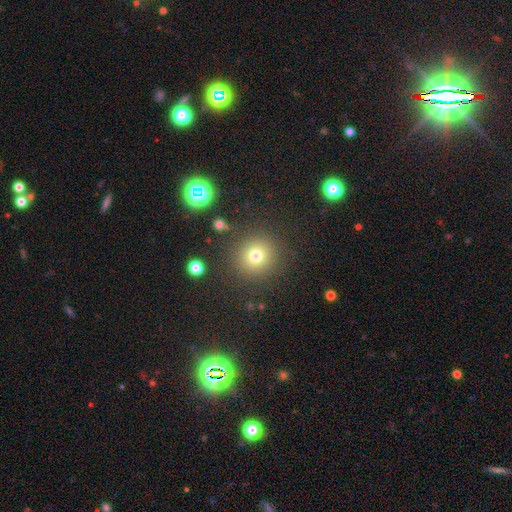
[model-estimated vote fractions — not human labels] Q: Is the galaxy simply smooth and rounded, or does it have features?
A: smooth — 75%.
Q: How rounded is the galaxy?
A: round — 92%.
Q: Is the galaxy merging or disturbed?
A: none — 87%.